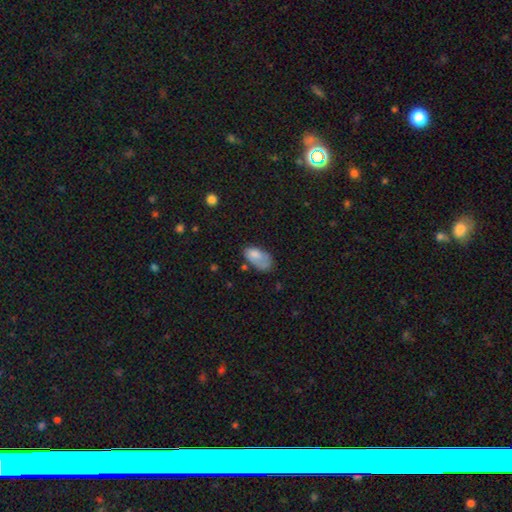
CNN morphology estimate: A smooth galaxy with no disk features (75%) that is in between round and cigar-shaped (93%). Merging: none (40%).